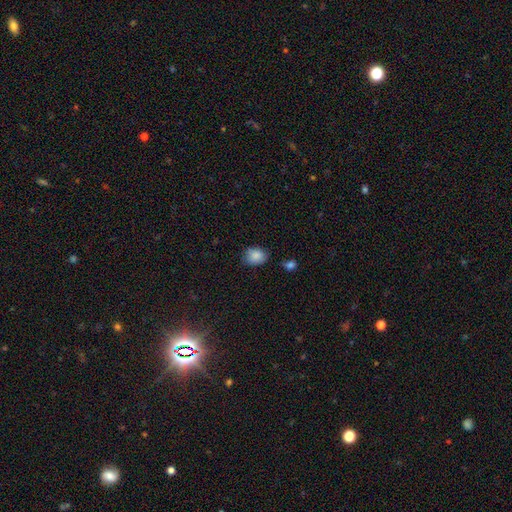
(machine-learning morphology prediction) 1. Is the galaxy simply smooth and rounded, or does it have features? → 85% smooth, 9% star or artifact, 6% featured or disk.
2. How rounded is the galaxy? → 61% in between, 38% round, 1% cigar-shaped.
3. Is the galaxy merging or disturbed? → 63% none, 28% minor disturbance, 5% major disturbance, 4% merger.